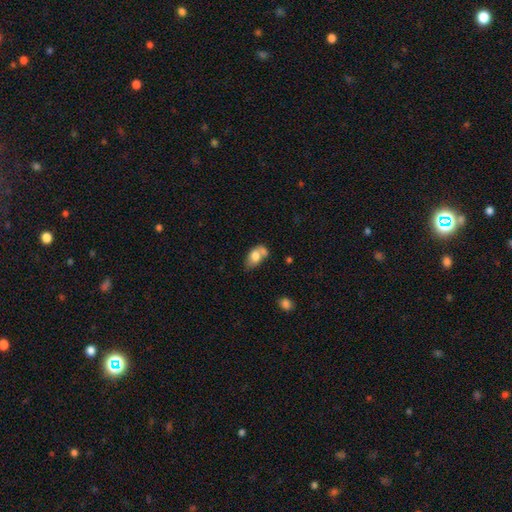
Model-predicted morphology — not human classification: Smooth or featured?
  - smooth: 73% *
  - featured or disk: 20%
  - star or artifact: 8%
How rounded?
  - in between: 86% *
  - round: 12%
  - cigar-shaped: 2%
Merging?
  - merger: 39% *
  - none: 30%
  - minor disturbance: 20%
  - major disturbance: 11%